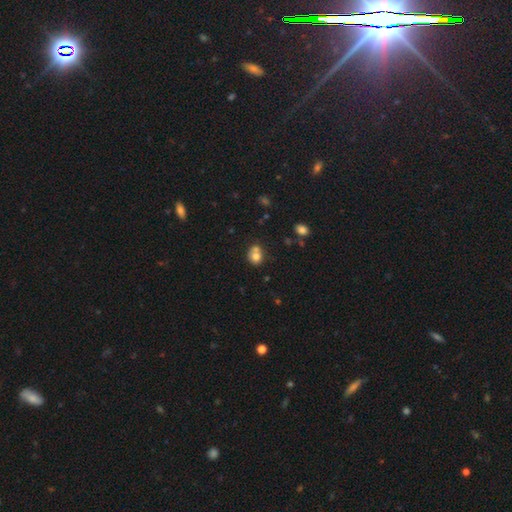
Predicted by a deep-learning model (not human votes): Q: Smooth or featured?
A: smooth (74%); runner-up: featured or disk (15%)
Q: How rounded?
A: round (63%); runner-up: in between (36%)
Q: Merging?
A: merger (46%); runner-up: none (36%)